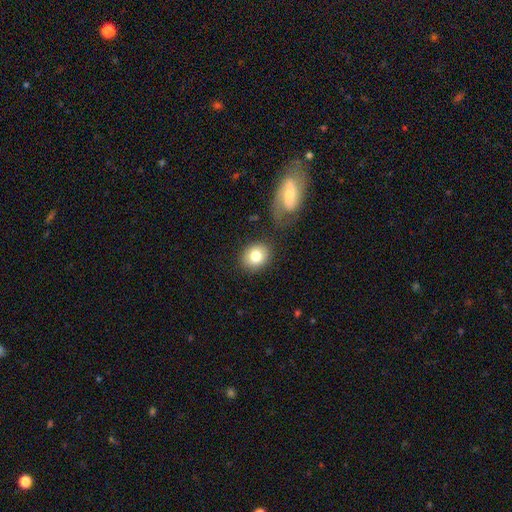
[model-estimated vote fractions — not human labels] Smooth or featured? smooth (79%)
How rounded? round (66%)
Merging? none (78%)